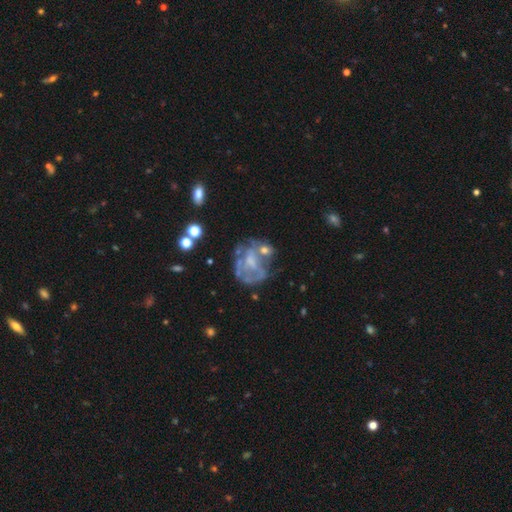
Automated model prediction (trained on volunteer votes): A featured or disk galaxy (67%) with no bar (69%), no spiral arms (67%) and no central bulge (40%).

Vote fractions:
- Smooth or featured? featured or disk: 67% / smooth: 21% / star or artifact: 13%
- Edge-on disk? no: 97% / yes: 3%
- Bar? no: 69% / weak: 24% / strong: 7%
- Spiral arms? no: 67% / yes: 33%
- Bulge size? none: 40% / small: 29% / moderate: 27% / large: 4% / dominant: 1%
- Merging? none: 40% / major disturbance: 24% / minor disturbance: 20% / merger: 16%